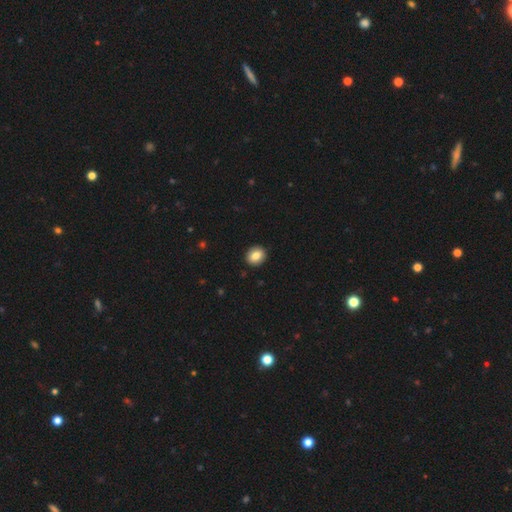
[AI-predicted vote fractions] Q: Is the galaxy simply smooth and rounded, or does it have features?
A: smooth — 84%.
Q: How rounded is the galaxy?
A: round — 71%.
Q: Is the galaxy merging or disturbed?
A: none — 92%.